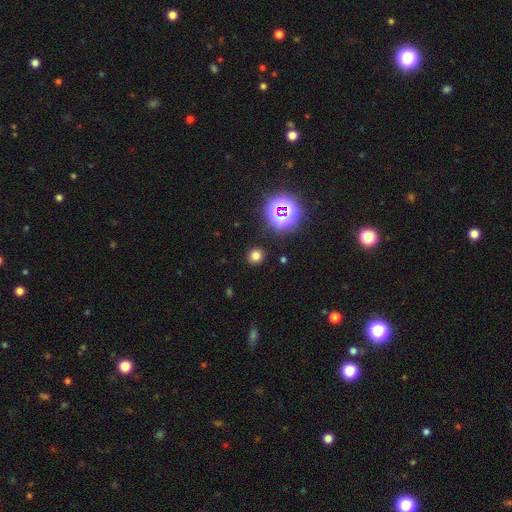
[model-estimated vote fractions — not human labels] smooth_or_featured: smooth (p=0.71) [alt: star or artifact p=0.23]
how_rounded: round (p=0.90) [alt: in between p=0.09]
merging: none (p=0.90) [alt: minor disturbance p=0.06]